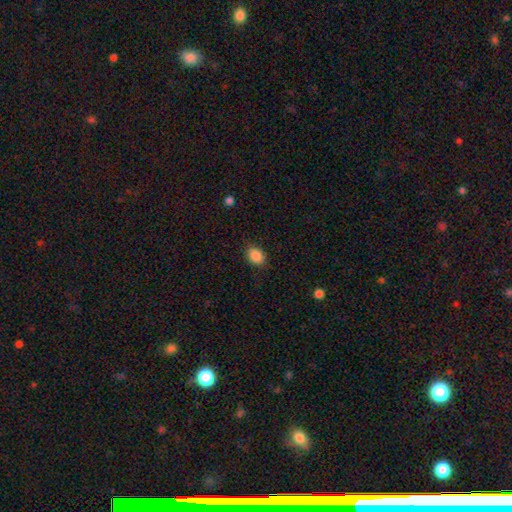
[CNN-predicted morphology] Smooth or featured: smooth — 88% (star or artifact — 9%)
How rounded: in between — 71% (round — 27%)
Merging: none — 85% (minor disturbance — 11%)